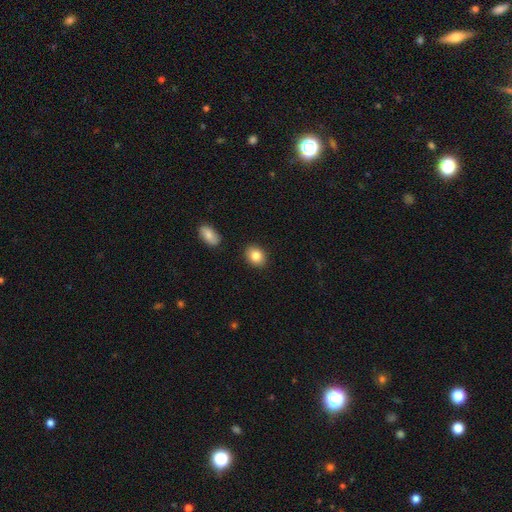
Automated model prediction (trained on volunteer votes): A smooth galaxy with no disk features (85%) that is in between round and cigar-shaped (54%).

Vote fractions:
- Smooth or featured? smooth: 85% / star or artifact: 8% / featured or disk: 7%
- How rounded? in between: 54% / round: 45% / cigar-shaped: 1%
- Merging? none: 88% / minor disturbance: 8% / merger: 2% / major disturbance: 2%